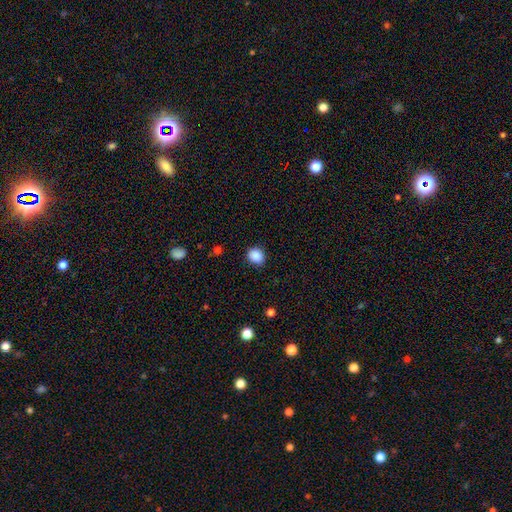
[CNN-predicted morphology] Smooth or featured?
  - smooth: 89% *
  - star or artifact: 9%
  - featured or disk: 3%
How rounded?
  - round: 67% *
  - in between: 32%
  - cigar-shaped: 1%
Merging?
  - none: 87% *
  - minor disturbance: 10%
  - major disturbance: 2%
  - merger: 1%